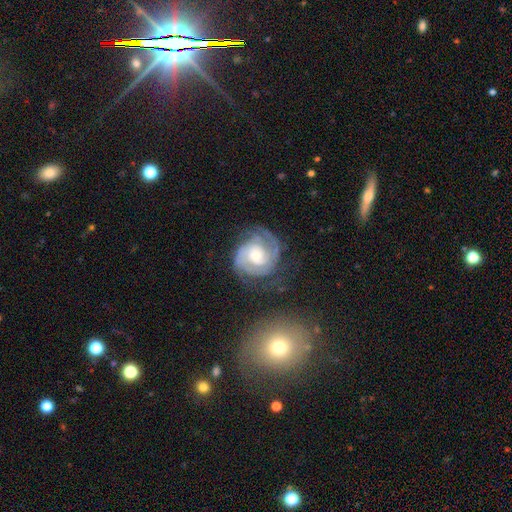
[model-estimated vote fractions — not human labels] Smooth or featured: featured or disk — 88% (smooth — 7%)
Edge-on disk: no — 98% (yes — 2%)
Bar: no — 65% (weak — 28%)
Spiral arms: yes — 97% (no — 3%)
Spiral winding: tight — 65% (medium — 29%)
Spiral arm count: 2 — 54% (3 — 18%)
Bulge size: moderate — 47% (small — 46%)
Merging: none — 69% (minor disturbance — 17%)